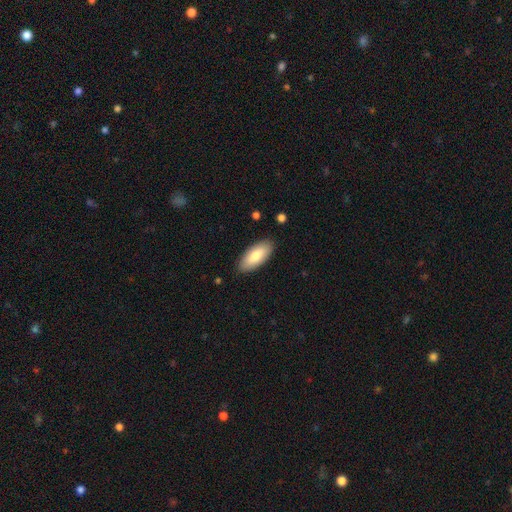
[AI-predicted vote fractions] This is likely a smooth galaxy (78%). How rounded: clearly in between (86%). Merging: clearly none (88%).